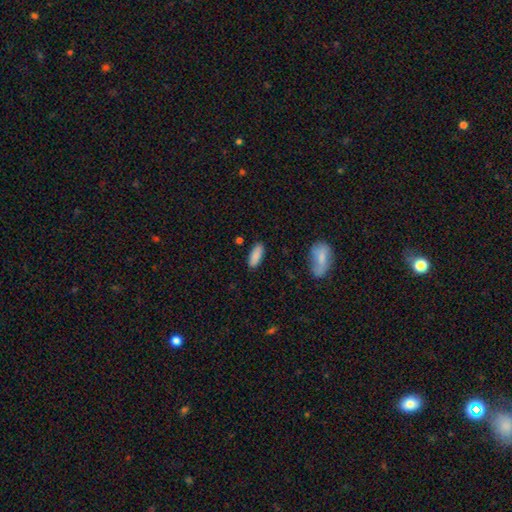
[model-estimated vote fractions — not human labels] The model was most divided on "how rounded": in between: 78%, cigar-shaped: 20%, round: 2%. More confident: smooth or featured — smooth (89%); merging — none (86%).